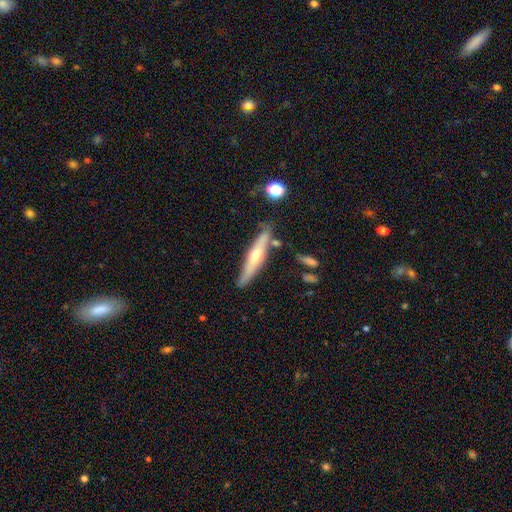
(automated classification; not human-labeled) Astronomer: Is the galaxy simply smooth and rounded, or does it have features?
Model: featured or disk — 60%.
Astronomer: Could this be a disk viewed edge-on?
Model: yes — 90%.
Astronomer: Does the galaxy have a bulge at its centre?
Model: rounded — 89%.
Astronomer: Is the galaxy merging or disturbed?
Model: none — 77%.